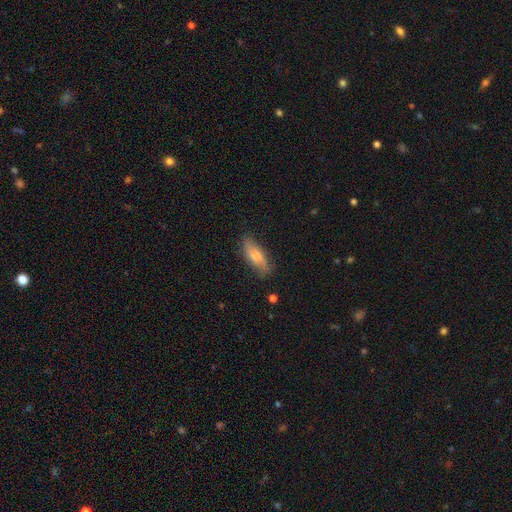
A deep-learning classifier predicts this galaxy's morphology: This appears to be a smooth galaxy with no disk features (76%) that is in between round and cigar-shaped (65%). Merging: none (71%).